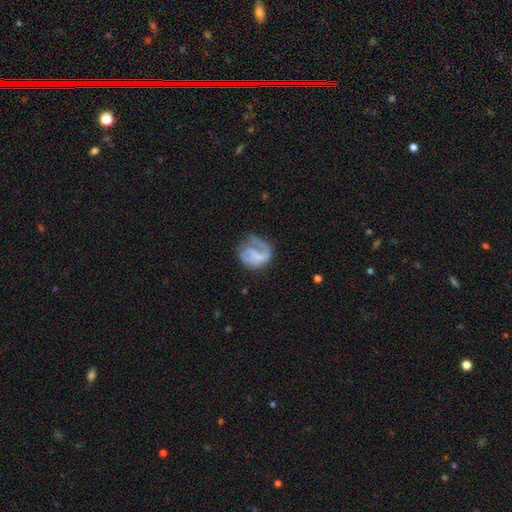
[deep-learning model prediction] Morphology: type=featured or disk (58%); edge-on=no (98%); bar=no (54%); spiral arms=yes (71%); bulge=none (60%); merging=none (41%).